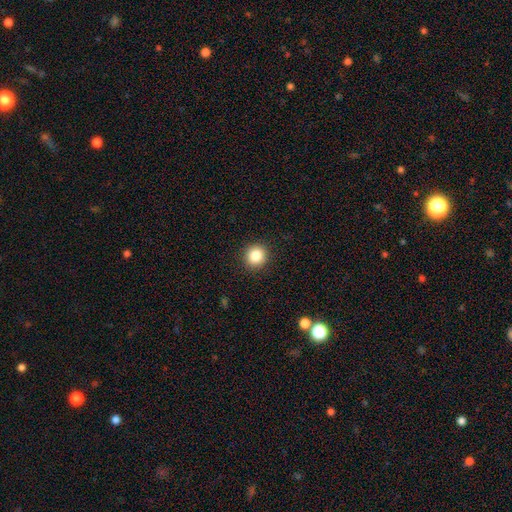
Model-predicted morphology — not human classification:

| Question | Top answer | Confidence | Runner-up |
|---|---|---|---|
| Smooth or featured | smooth | 85% | star or artifact (10%) |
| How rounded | round | 90% | in between (9%) |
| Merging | none | 92% | minor disturbance (5%) |